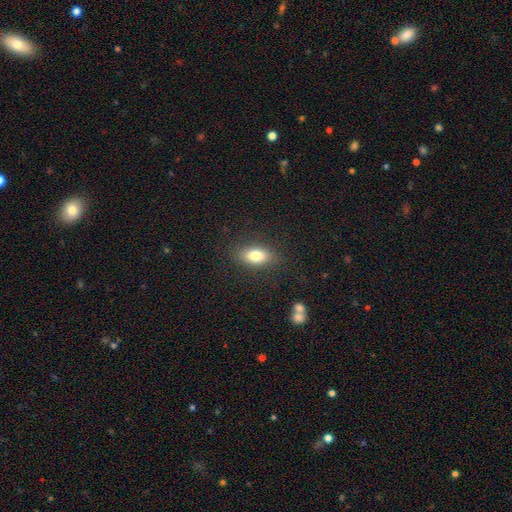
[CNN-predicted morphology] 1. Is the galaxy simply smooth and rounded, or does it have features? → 79% smooth, 13% featured or disk, 9% star or artifact.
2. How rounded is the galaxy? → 86% in between, 8% round, 7% cigar-shaped.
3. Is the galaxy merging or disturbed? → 86% none, 10% minor disturbance, 3% major disturbance, 1% merger.